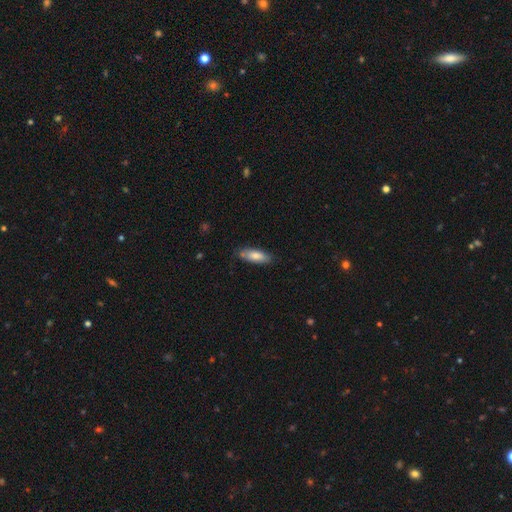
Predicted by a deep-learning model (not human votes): This appears to be a smooth galaxy with no disk features (77%) that is in between round and cigar-shaped (65%). Merging: none (78%).